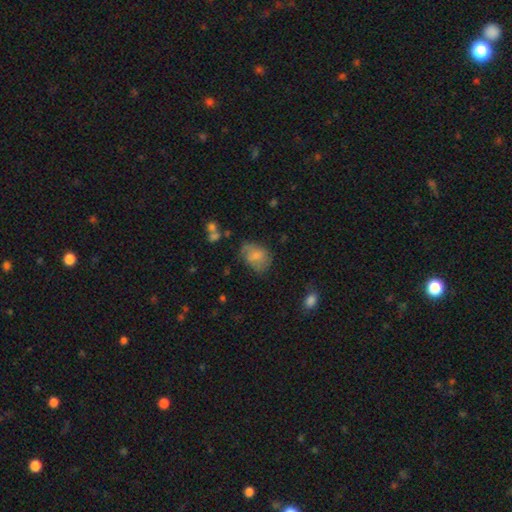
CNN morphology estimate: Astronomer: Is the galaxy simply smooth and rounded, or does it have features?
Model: smooth — 66%.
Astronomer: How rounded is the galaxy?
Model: in between — 67%.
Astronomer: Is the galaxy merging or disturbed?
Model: none — 49% (runner-up: minor disturbance, 30%).